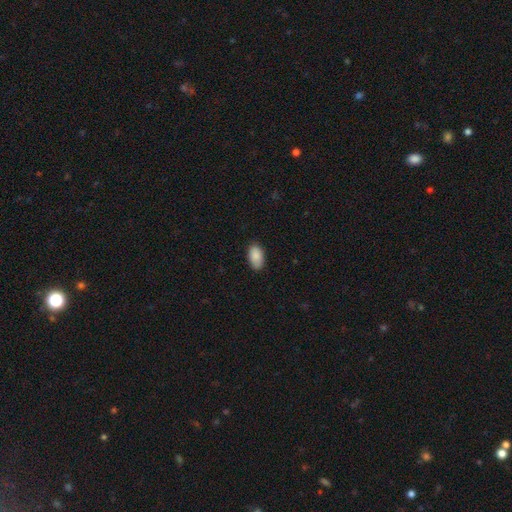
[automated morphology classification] A smooth galaxy with no disk features (88%) that is in between round and cigar-shaped (94%).

Vote fractions:
- Smooth or featured? smooth: 88% / star or artifact: 7% / featured or disk: 5%
- How rounded? in between: 94% / round: 4% / cigar-shaped: 2%
- Merging? none: 82% / minor disturbance: 15% / major disturbance: 2% / merger: 1%